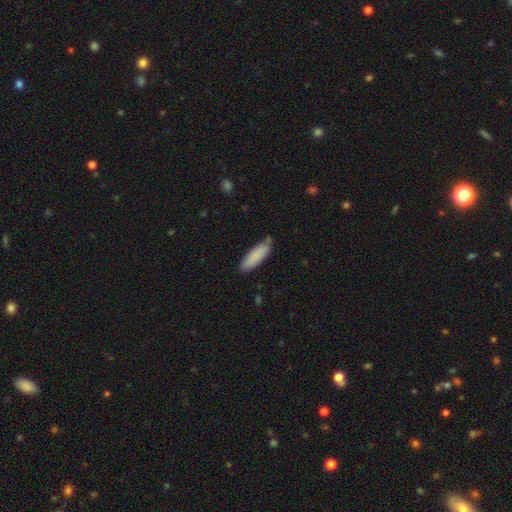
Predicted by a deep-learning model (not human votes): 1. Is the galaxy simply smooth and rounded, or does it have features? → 87% smooth, 7% featured or disk, 6% star or artifact.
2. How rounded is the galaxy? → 53% cigar-shaped, 46% in between, 1% round.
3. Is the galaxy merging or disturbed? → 79% none, 15% minor disturbance, 3% merger, 3% major disturbance.